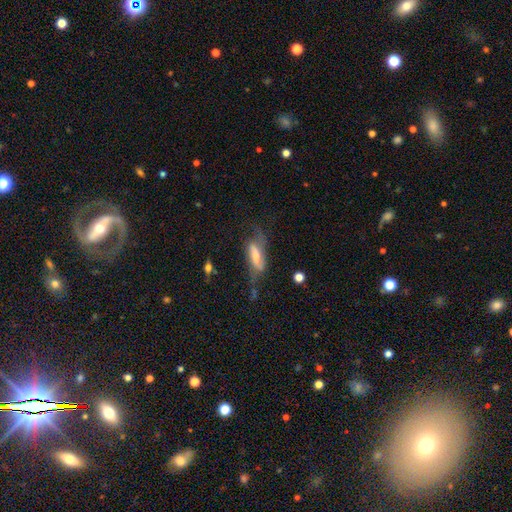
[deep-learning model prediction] featured or disk 57%, smooth 35%, star or artifact 8%. Down the decision tree: edge-on disk — no (78%); merging — none (42%).